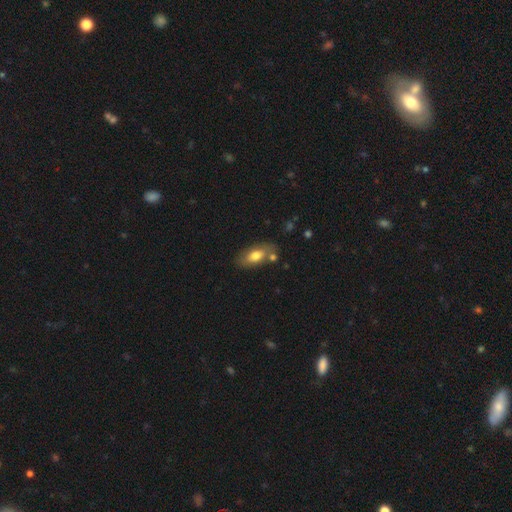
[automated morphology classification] Smooth or featured? Predicted: smooth (p=0.72). How rounded? Predicted: in between (p=0.88). Merging? Predicted: none (p=0.69).